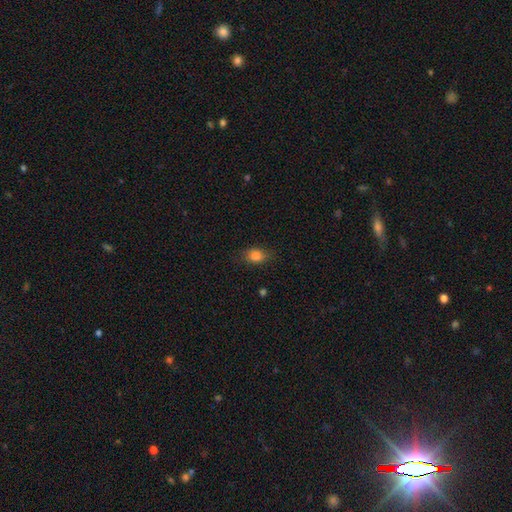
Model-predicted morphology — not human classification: The model was most divided on "how rounded": in between: 65%, round: 33%, cigar-shaped: 2%. More confident: smooth or featured — smooth (83%); merging — none (79%).